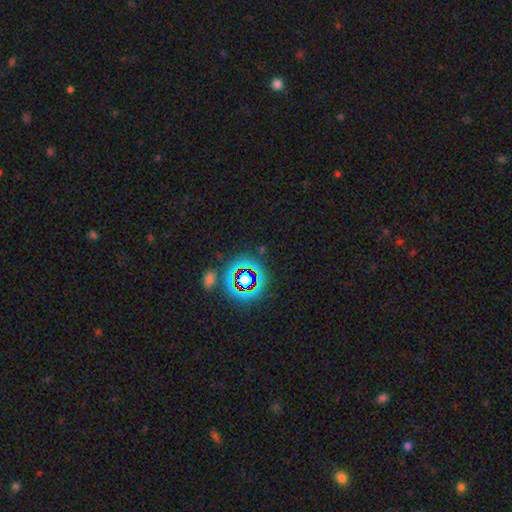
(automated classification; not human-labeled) Smooth or featured? star or artifact (67%)